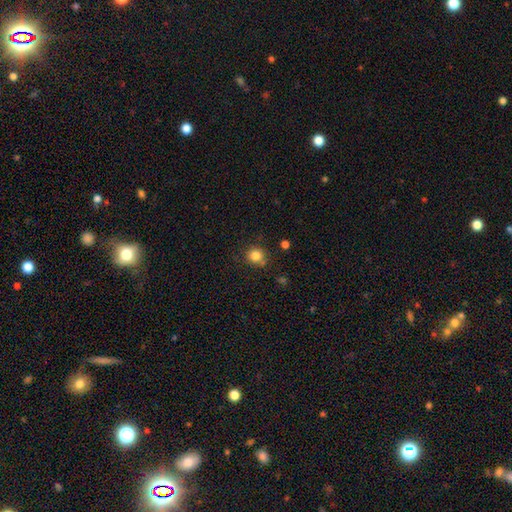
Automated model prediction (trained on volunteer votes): Q: Smooth or featured?
A: smooth (83%); runner-up: star or artifact (12%)
Q: How rounded?
A: round (89%); runner-up: in between (10%)
Q: Merging?
A: none (77%); runner-up: minor disturbance (14%)